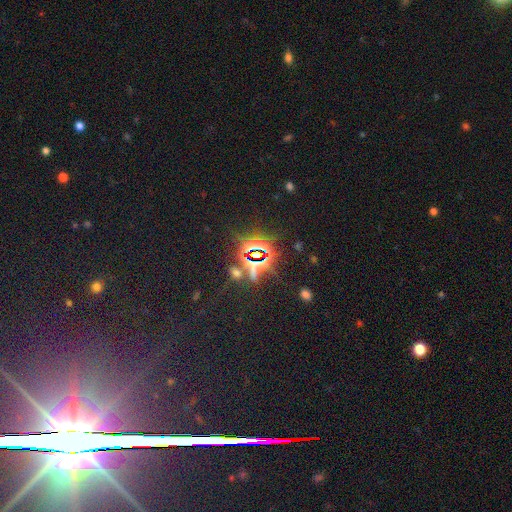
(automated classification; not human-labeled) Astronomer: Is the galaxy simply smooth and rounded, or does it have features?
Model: star or artifact — 81%.